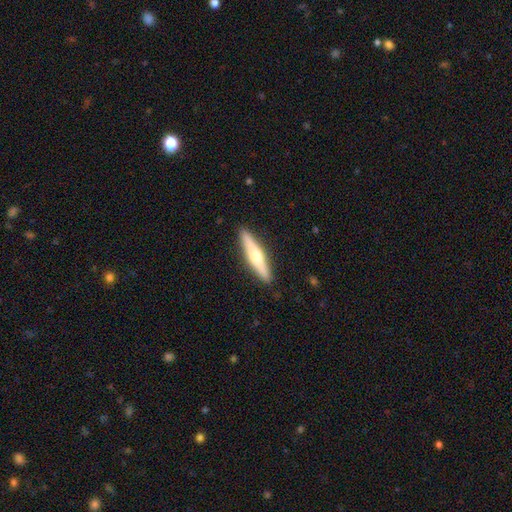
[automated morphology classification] Smooth or featured?
  - featured or disk: 49% *
  - smooth: 46%
  - star or artifact: 5%
Merging?
  - none: 90% *
  - minor disturbance: 7%
  - major disturbance: 2%
  - merger: 1%